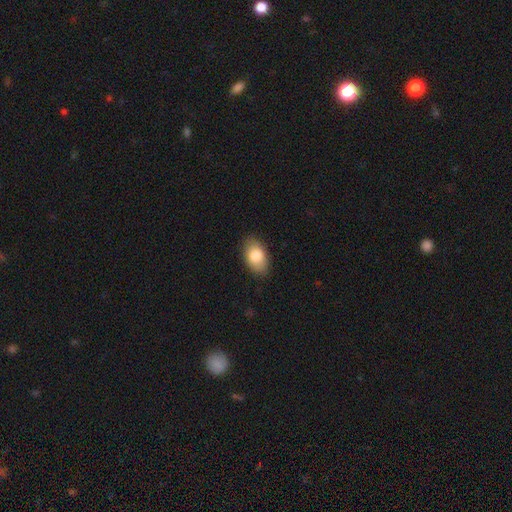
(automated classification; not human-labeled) smooth 83%, featured or disk 10%, star or artifact 7%. Down the decision tree: how rounded — in between (91%); merging — none (85%).